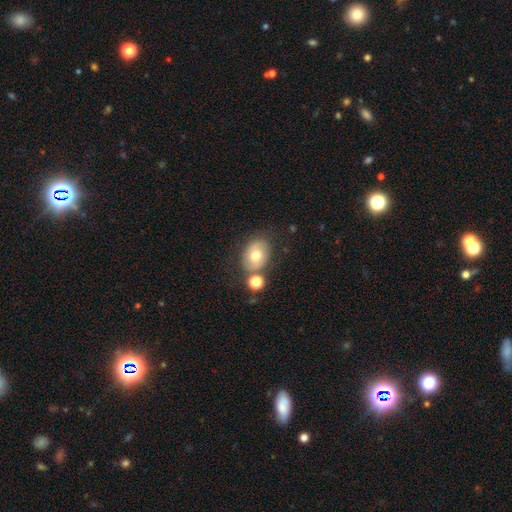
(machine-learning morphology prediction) Smooth or featured? Predicted: smooth (p=0.66). How rounded? Predicted: in between (p=0.59). Merging? Predicted: none (p=0.62).